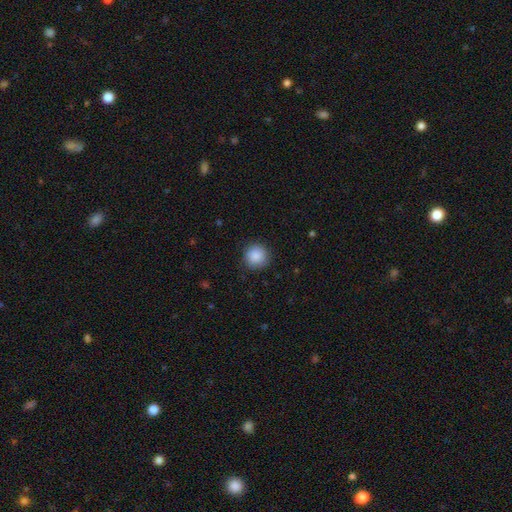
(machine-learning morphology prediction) Smooth or featured: smooth — 89% (star or artifact — 8%)
How rounded: round — 94% (in between — 5%)
Merging: none — 89% (minor disturbance — 7%)